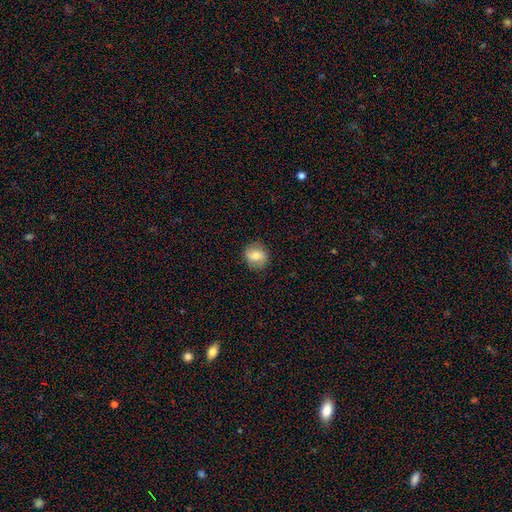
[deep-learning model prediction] smooth-or-featured: smooth: 72% | featured or disk: 20% | star or artifact: 8%
  how-rounded: round: 72% | in between: 26% | cigar-shaped: 1%
  merging: none: 85% | minor disturbance: 11% | major disturbance: 3% | merger: 1%